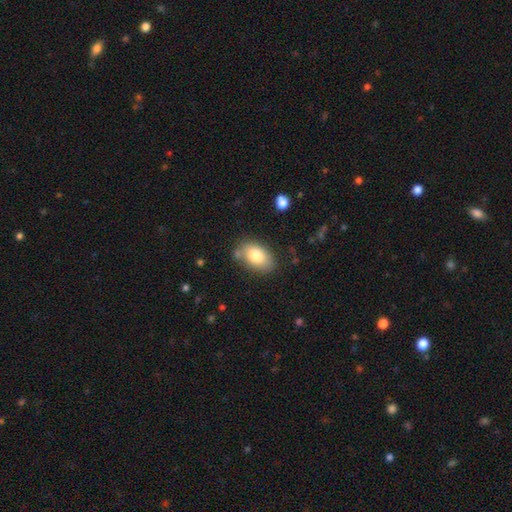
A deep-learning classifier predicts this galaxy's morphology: This appears to be a smooth galaxy with no disk features (81%) that is in between round and cigar-shaped (91%). Merging: none (74%).